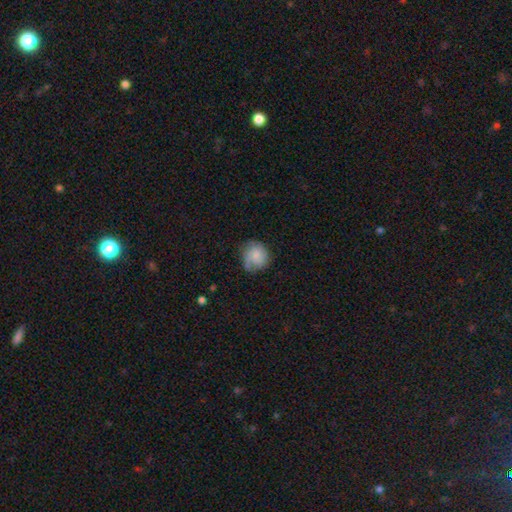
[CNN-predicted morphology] The model was most divided on "smooth or featured": smooth: 60%, featured or disk: 33%, star or artifact: 7%. More confident: how rounded — round (79%); merging — none (57%).